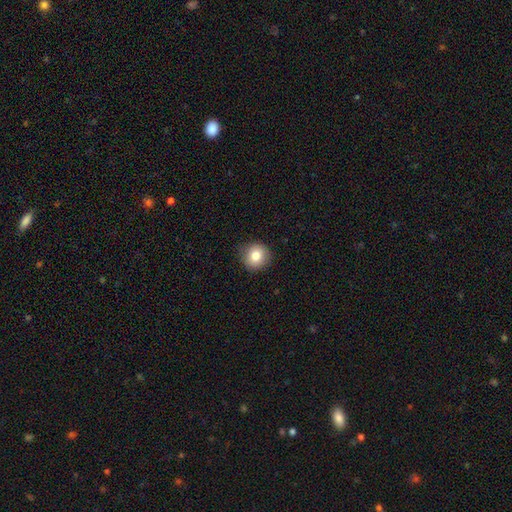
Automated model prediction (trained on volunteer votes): Overall: smooth (81%). How rounded: round (93%). Merging: none (88%).